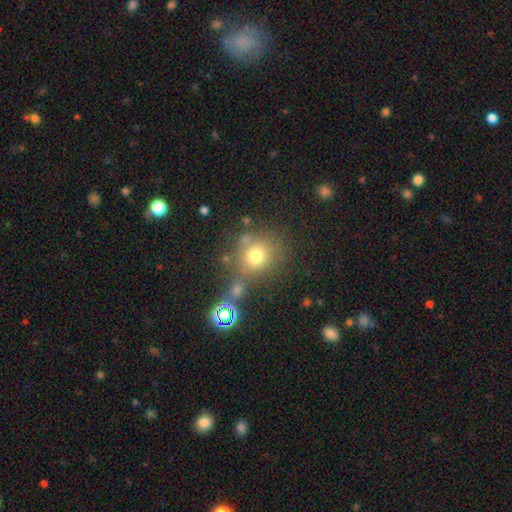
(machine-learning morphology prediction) Smooth or featured?
  - smooth: 71% *
  - star or artifact: 18%
  - featured or disk: 11%
How rounded?
  - round: 84% *
  - in between: 15%
  - cigar-shaped: 1%
Merging?
  - none: 65% *
  - merger: 17%
  - minor disturbance: 12%
  - major disturbance: 6%